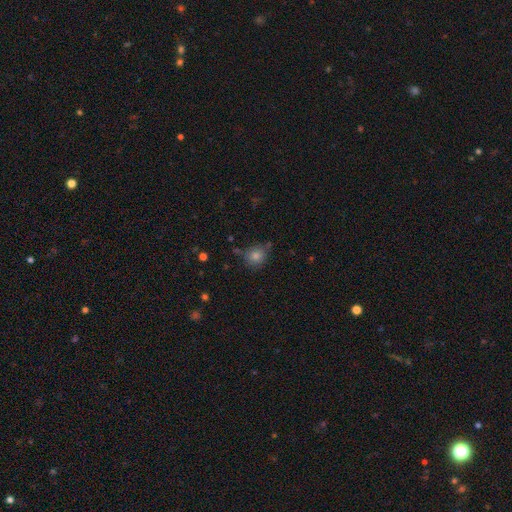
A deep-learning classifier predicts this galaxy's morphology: Smooth or featured: smooth — 77% (star or artifact — 15%)
How rounded: round — 82% (in between — 17%)
Merging: none — 75% (minor disturbance — 16%)